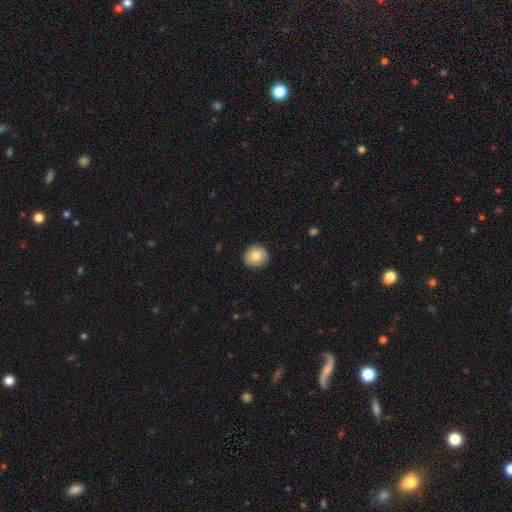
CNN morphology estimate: This is likely a smooth galaxy (75%). How rounded: clearly round (88%). Merging: clearly none (90%).